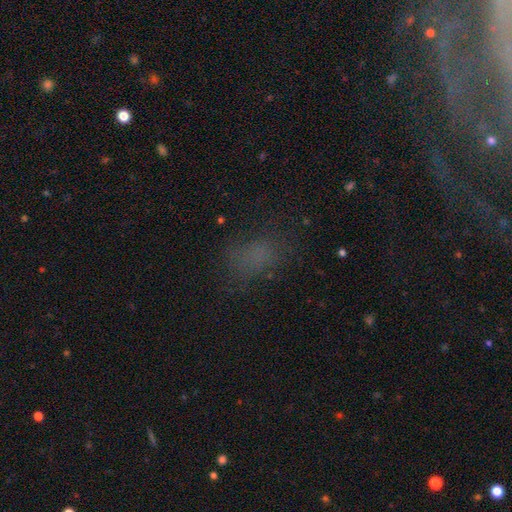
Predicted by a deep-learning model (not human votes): smooth_or_featured: smooth (p=0.65) [alt: star or artifact p=0.24]
how_rounded: in between (p=0.73) [alt: round p=0.24]
merging: none (p=0.66) [alt: minor disturbance p=0.18]